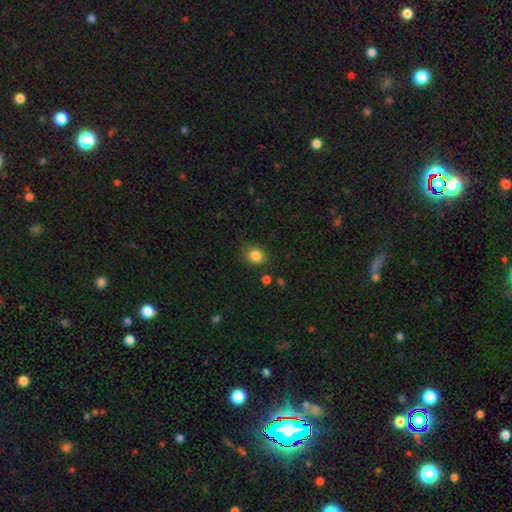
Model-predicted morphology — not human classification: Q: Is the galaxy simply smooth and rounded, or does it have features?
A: smooth — 85%.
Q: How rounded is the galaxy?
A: round — 69%.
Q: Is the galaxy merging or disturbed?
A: none — 81%.